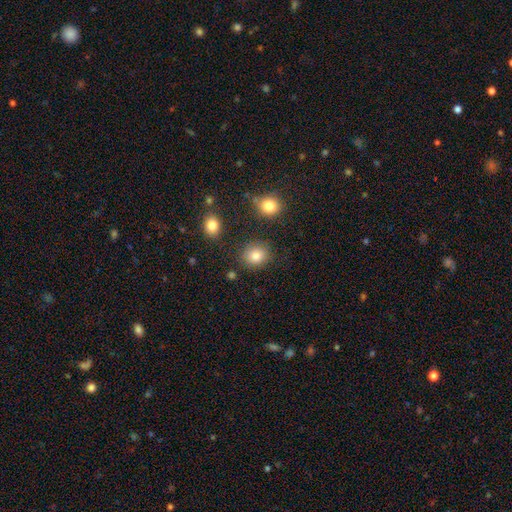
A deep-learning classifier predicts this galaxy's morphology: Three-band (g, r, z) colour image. It shows a smooth galaxy with no disk features (84%) that is round (70%). Merging: none (83%).